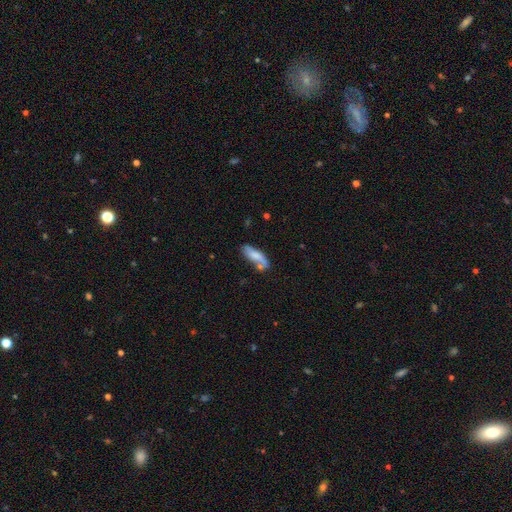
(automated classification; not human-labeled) smooth_or_featured: smooth (p=0.67) [alt: featured or disk p=0.26]
how_rounded: in between (p=0.58) [alt: cigar-shaped p=0.40]
merging: none (p=0.52) [alt: minor disturbance p=0.24]